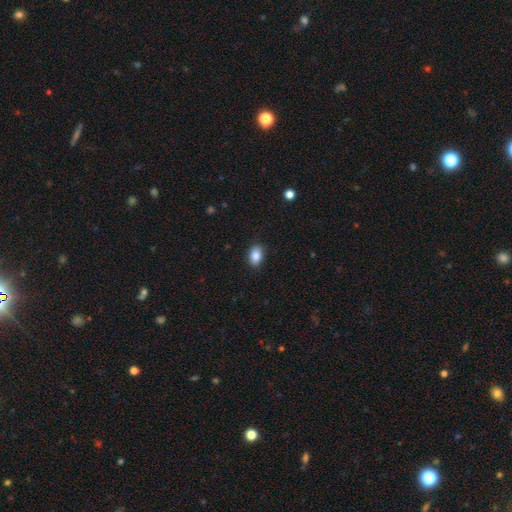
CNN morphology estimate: A smooth galaxy with no disk features (87%) that is in between round and cigar-shaped (84%). Merging: none (86%).